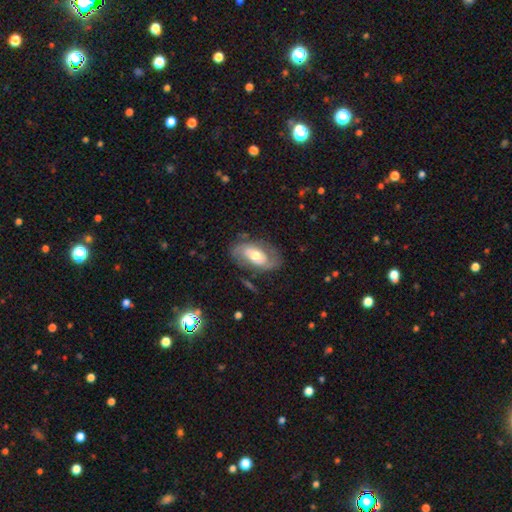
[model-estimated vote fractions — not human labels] Smooth or featured?
  - featured or disk: 68% *
  - smooth: 27%
  - star or artifact: 6%
Edge-on disk?
  - no: 93% *
  - yes: 7%
Bar?
  - no: 57% *
  - weak: 29%
  - strong: 13%
Spiral arms?
  - yes: 76% *
  - no: 24%
Bulge size?
  - moderate: 67% *
  - large: 16%
  - small: 14%
  - dominant: 2%
  - none: 1%
Merging?
  - none: 70% *
  - minor disturbance: 18%
  - major disturbance: 10%
  - merger: 2%